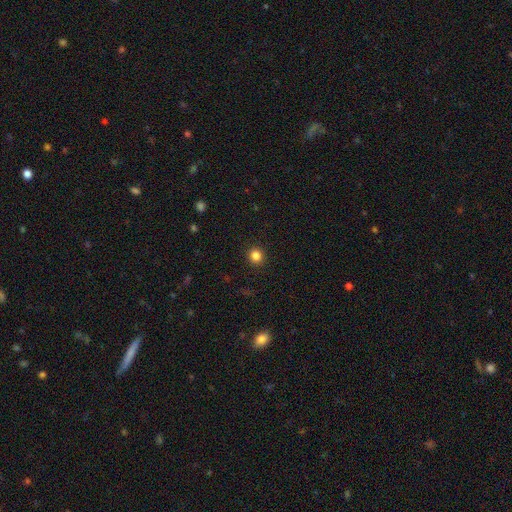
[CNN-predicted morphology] A smooth galaxy with no disk features (84%) that is round (90%).

Vote fractions:
- Smooth or featured? smooth: 84% / star or artifact: 12% / featured or disk: 4%
- How rounded? round: 90% / in between: 9% / cigar-shaped: 1%
- Merging? none: 92% / minor disturbance: 5% / major disturbance: 2% / merger: 1%